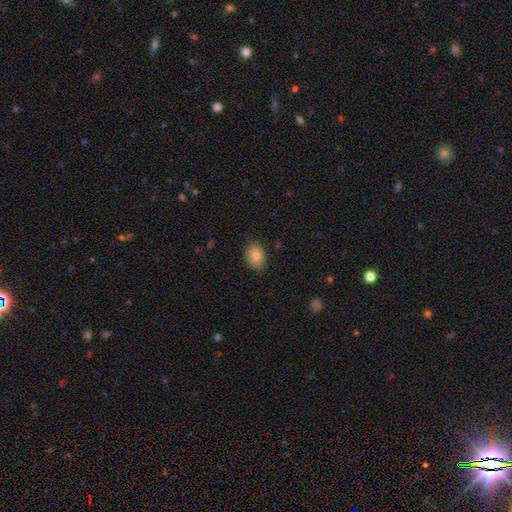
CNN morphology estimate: The model was most divided on "how rounded": in between: 70%, round: 29%, cigar-shaped: 1%. More confident: smooth or featured — smooth (84%); merging — none (82%).